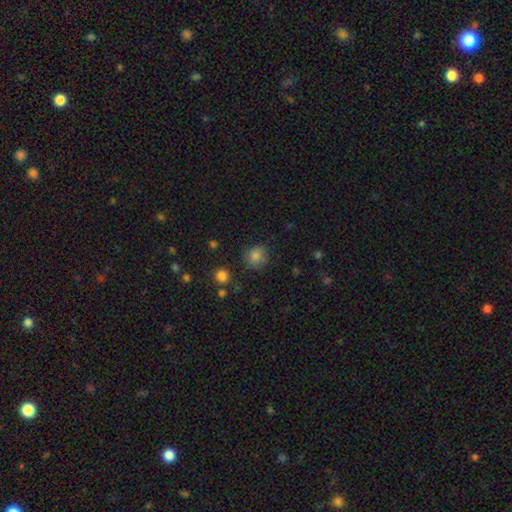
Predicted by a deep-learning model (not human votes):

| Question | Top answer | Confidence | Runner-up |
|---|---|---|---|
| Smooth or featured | smooth | 82% | star or artifact (12%) |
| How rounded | round | 89% | in between (10%) |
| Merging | none | 83% | minor disturbance (11%) |